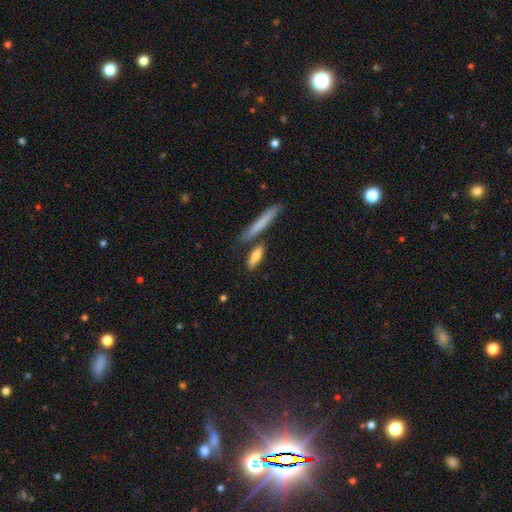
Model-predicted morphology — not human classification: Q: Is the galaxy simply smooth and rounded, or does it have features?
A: smooth — 76%.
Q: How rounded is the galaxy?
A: cigar-shaped — 63%.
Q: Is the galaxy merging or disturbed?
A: none — 68%.